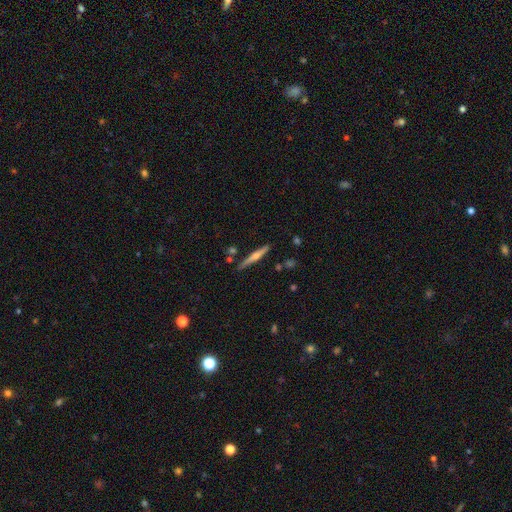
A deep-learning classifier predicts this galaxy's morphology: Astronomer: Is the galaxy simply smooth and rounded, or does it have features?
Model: featured or disk — 60%.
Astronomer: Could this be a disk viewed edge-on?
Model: yes — 97%.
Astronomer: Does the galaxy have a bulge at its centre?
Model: rounded — 83%.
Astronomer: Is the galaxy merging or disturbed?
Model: none — 84%.